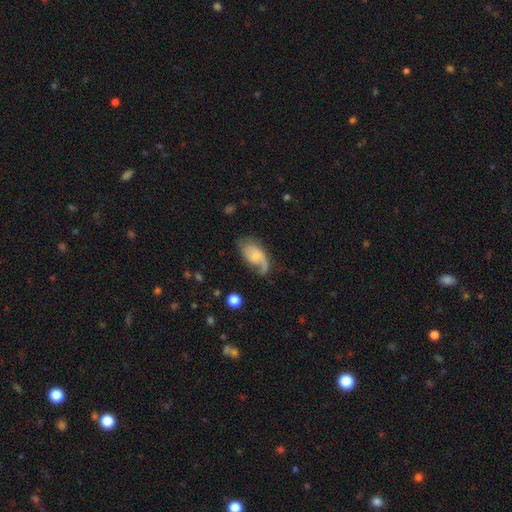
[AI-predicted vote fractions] This is likely a featured or disk galaxy (65%). It is clearly not viewed edge-on (96%). Bar: likely no (63%). Spiral arm pattern: clearly yes (89%). Spiral arm count: possibly 1 (45%). Spiral winding: marginally medium (40%). Central bulge: possibly small (50%). Merging: possibly none (47%).